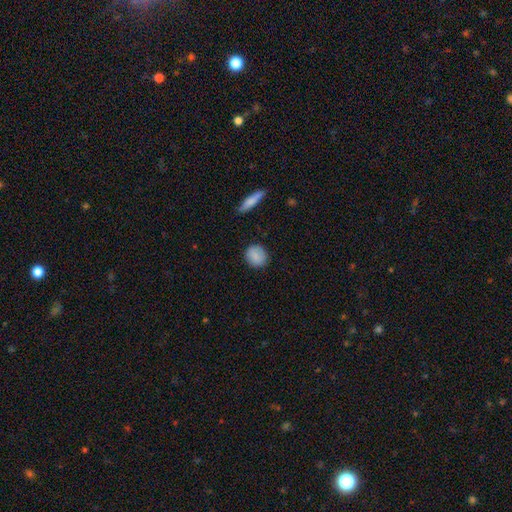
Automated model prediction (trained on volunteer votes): A smooth galaxy with no disk features (87%) that is round (77%). Merging: none (87%).